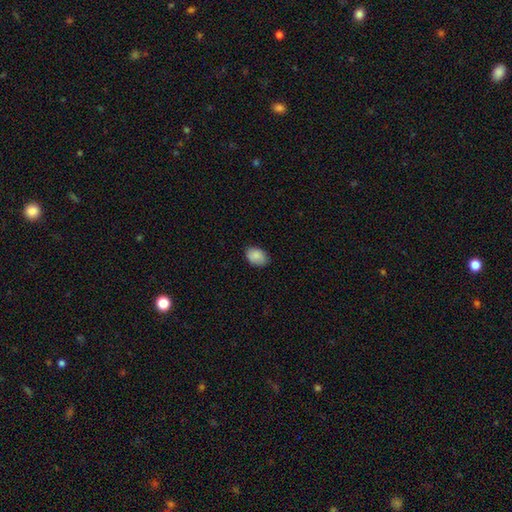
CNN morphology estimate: A smooth galaxy with no disk features (89%) that is in between round and cigar-shaped (83%). Merging: none (83%).